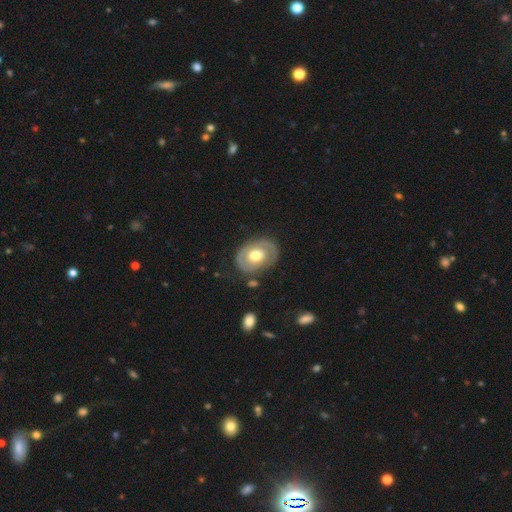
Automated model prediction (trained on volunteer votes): Smooth or featured? Predicted: featured or disk (p=0.64). Edge-on disk? Predicted: no (p=0.95). Bar? Predicted: no (p=0.78). Spiral arms? Predicted: yes (p=0.50, tied with no). Bulge size? Predicted: moderate (p=0.68). Merging? Predicted: none (p=0.77).